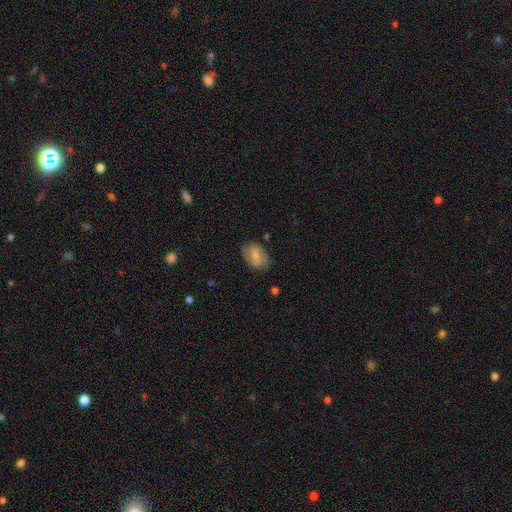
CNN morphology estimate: The model was most divided on "smooth or featured": smooth: 61%, featured or disk: 31%, star or artifact: 8%. More confident: how rounded — in between (85%); merging — none (69%).